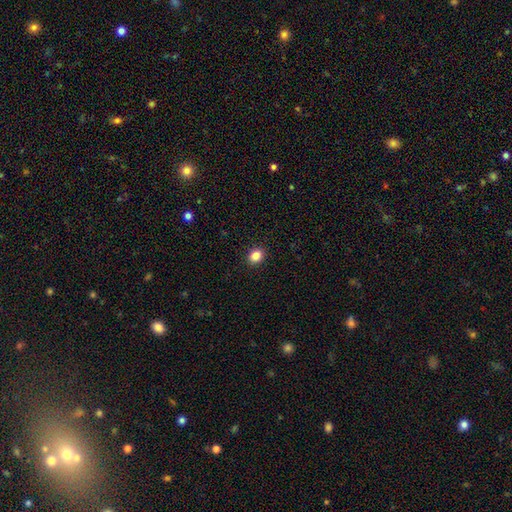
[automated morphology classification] A smooth galaxy with no disk features (85%) that is round (53%).

Vote fractions:
- Smooth or featured? smooth: 85% / star or artifact: 10% / featured or disk: 4%
- How rounded? round: 53% / in between: 46% / cigar-shaped: 1%
- Merging? none: 91% / minor disturbance: 6% / major disturbance: 2% / merger: 1%